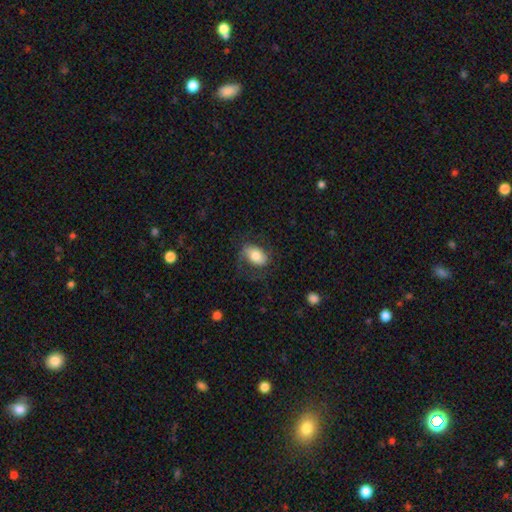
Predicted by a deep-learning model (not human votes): Smooth or featured: smooth — 64% (featured or disk — 28%)
How rounded: in between — 84% (round — 15%)
Merging: none — 59% (minor disturbance — 21%)